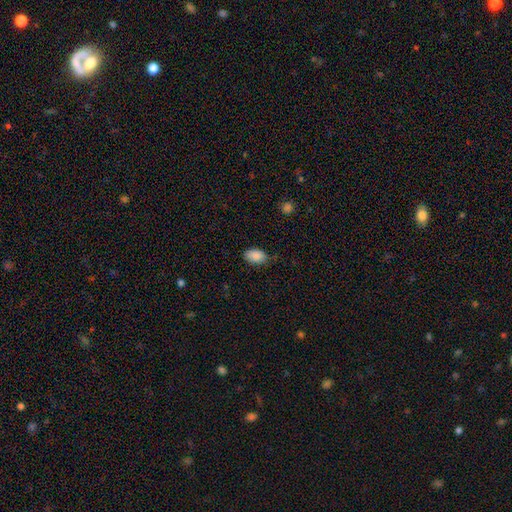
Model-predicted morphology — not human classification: smooth 89%, star or artifact 8%, featured or disk 4%. Down the decision tree: how rounded — in between (91%); merging — none (77%).